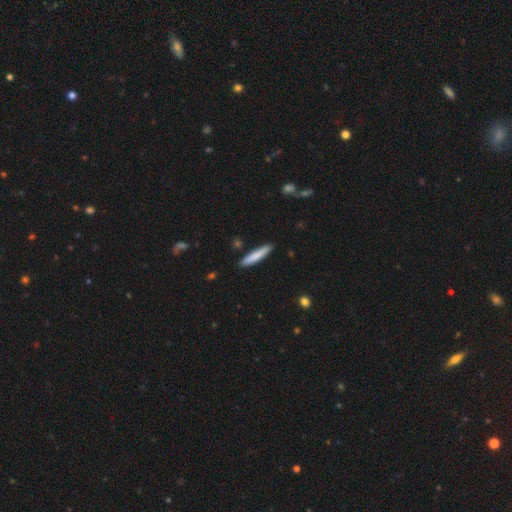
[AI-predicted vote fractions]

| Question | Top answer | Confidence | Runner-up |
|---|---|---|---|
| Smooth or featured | smooth | 80% | featured or disk (15%) |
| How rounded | cigar-shaped | 91% | in between (8%) |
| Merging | none | 89% | minor disturbance (8%) |